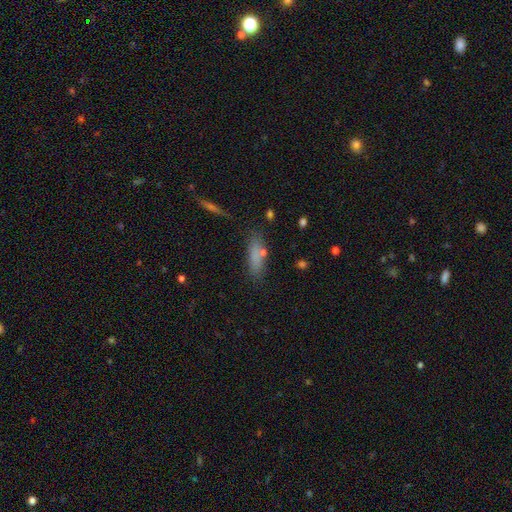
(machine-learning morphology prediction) Q: Smooth or featured?
A: smooth (74%); runner-up: featured or disk (14%)
Q: How rounded?
A: in between (49%); runner-up: cigar-shaped (48%)
Q: Merging?
A: none (74%); runner-up: minor disturbance (16%)